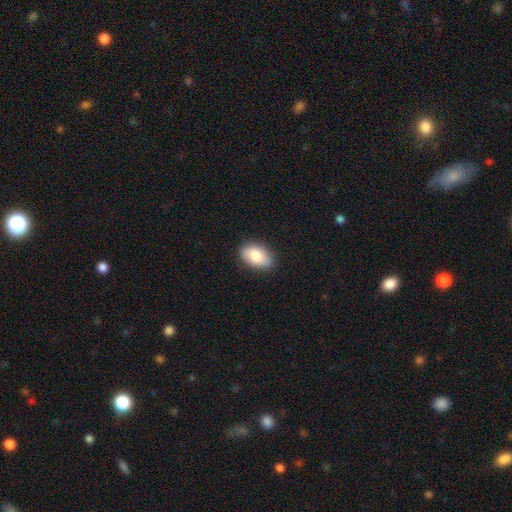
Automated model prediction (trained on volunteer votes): Smooth or featured: smooth — 84% (featured or disk — 10%)
How rounded: in between — 91% (round — 7%)
Merging: none — 84% (minor disturbance — 13%)